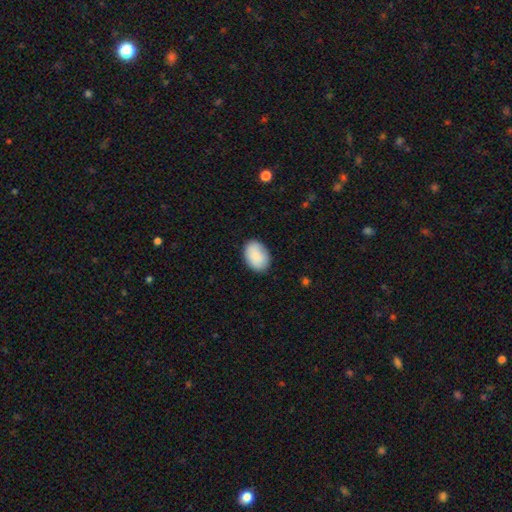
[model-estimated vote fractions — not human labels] Smooth or featured? Predicted: smooth (p=0.88). How rounded? Predicted: in between (p=0.83). Merging? Predicted: none (p=0.83).